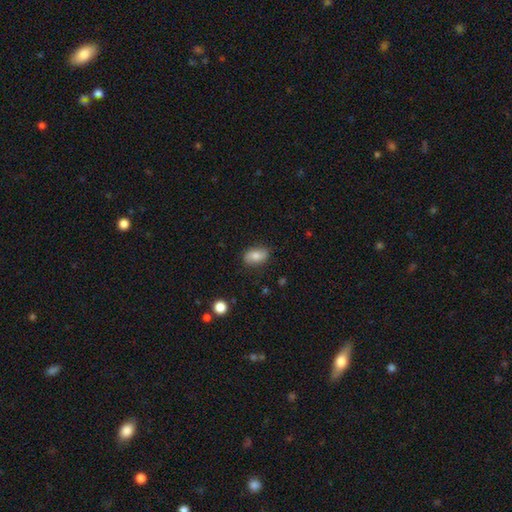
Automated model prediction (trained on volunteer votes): The model was most divided on "smooth or featured": smooth: 76%, featured or disk: 16%, star or artifact: 8%. More confident: how rounded — in between (88%); merging — none (79%).